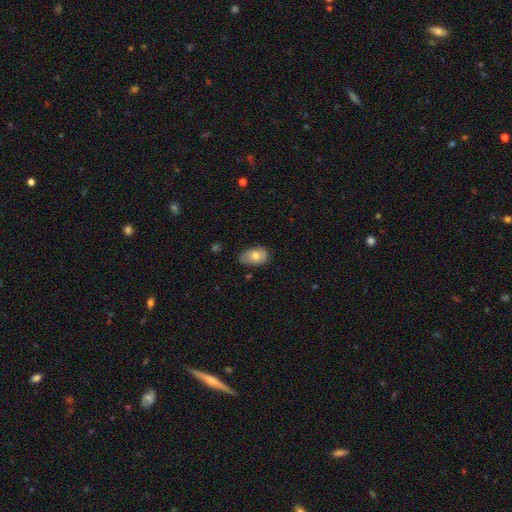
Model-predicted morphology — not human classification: Overall: smooth (72%). How rounded: in between (90%). Merging: none (62%; minor disturbance 31%).